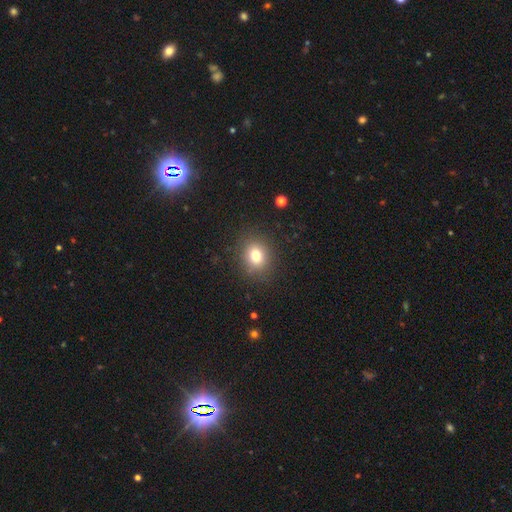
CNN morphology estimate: The model was most divided on "how rounded": round: 66%, in between: 33%, cigar-shaped: 1%. More confident: merging — none (87%); smooth or featured — smooth (77%).